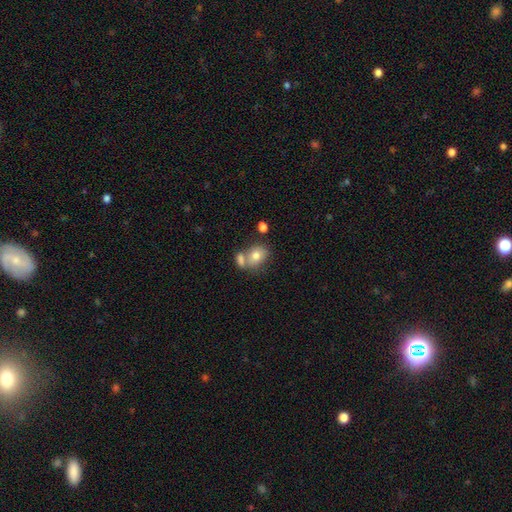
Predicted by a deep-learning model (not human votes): The model was most divided on "merging": none: 45%, merger: 38%, minor disturbance: 13%, major disturbance: 5%. More confident: smooth or featured — smooth (75%); how rounded — in between (64%).